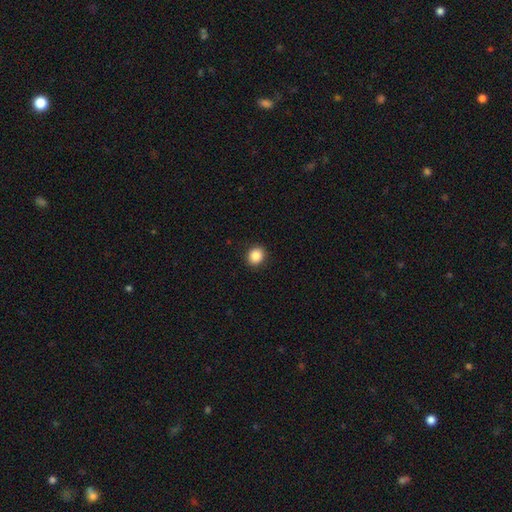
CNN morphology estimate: Q: Smooth or featured?
A: smooth (87%); runner-up: star or artifact (9%)
Q: How rounded?
A: round (72%); runner-up: in between (27%)
Q: Merging?
A: none (91%); runner-up: minor disturbance (6%)